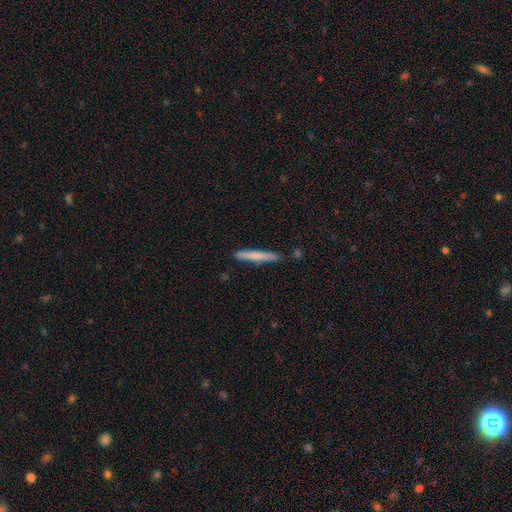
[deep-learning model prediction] A smooth galaxy with no disk features (70%) that is cigar-shaped (96%). Merging: none (88%).